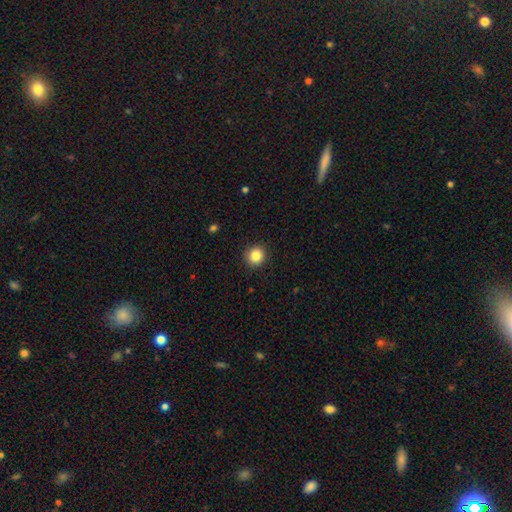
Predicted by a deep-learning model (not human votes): Overall: smooth (85%). How rounded: round (92%). Merging: none (92%).